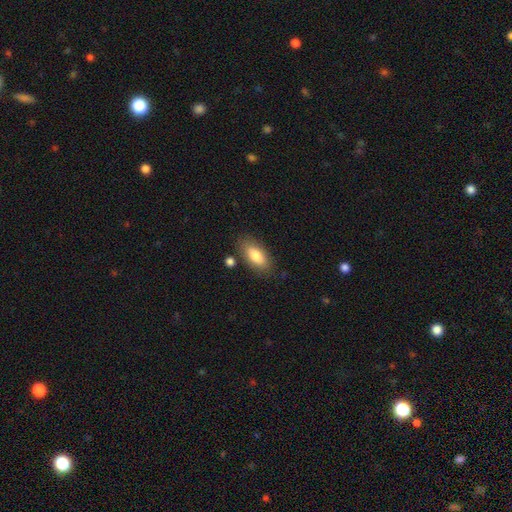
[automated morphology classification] Overall: smooth (80%). How rounded: in between (87%). Merging: none (79%).